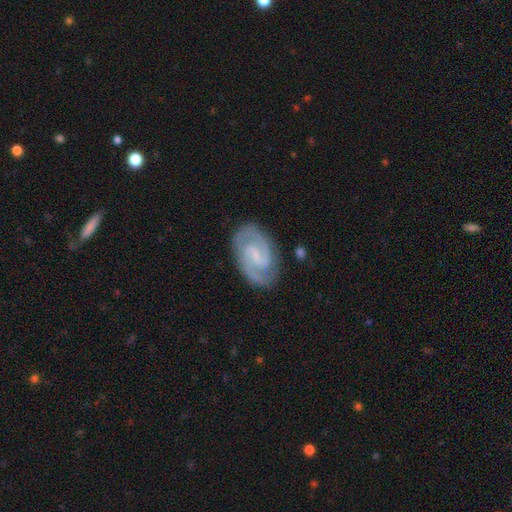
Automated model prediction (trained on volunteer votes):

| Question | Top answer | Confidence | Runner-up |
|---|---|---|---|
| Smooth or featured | featured or disk | 88% | smooth (8%) |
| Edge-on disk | no | 98% | yes (2%) |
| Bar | weak | 55% | no (23%) |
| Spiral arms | yes | 98% | no (2%) |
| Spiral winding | medium | 49% | tight (42%) |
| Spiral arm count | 2 | 91% | can't tell (3%) |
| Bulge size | small | 53% | none (30%) |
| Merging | none | 84% | minor disturbance (12%) |